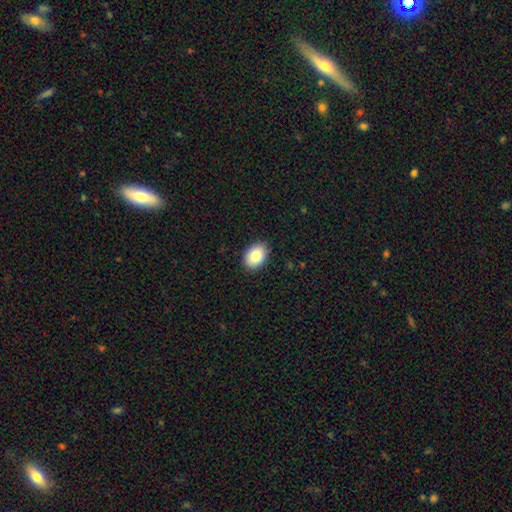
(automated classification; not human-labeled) Smooth or featured? Predicted: smooth (p=0.84). How rounded? Predicted: in between (p=0.81). Merging? Predicted: none (p=0.89).